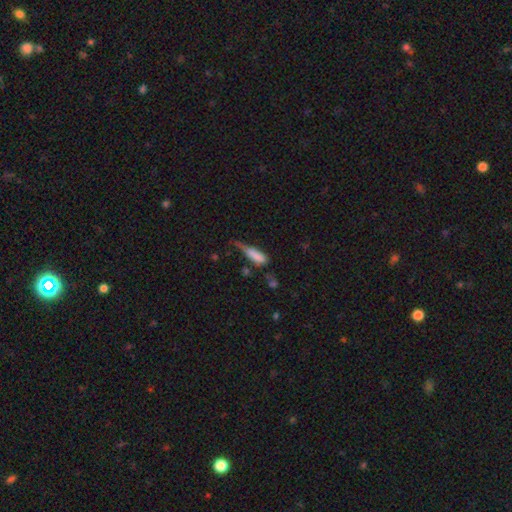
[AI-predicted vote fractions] Smooth or featured: smooth — 75% (featured or disk — 17%)
How rounded: cigar-shaped — 55% (in between — 42%)
Merging: minor disturbance — 40% (major disturbance — 27%)